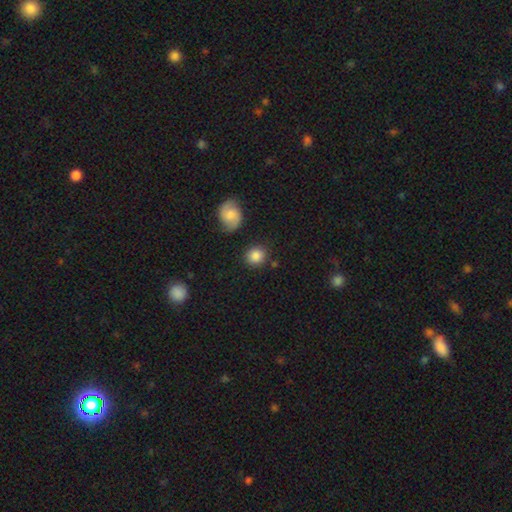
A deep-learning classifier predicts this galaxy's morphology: smooth_or_featured: smooth (p=0.85) [alt: star or artifact p=0.08]
how_rounded: round (p=0.84) [alt: in between p=0.15]
merging: none (p=0.81) [alt: minor disturbance p=0.11]